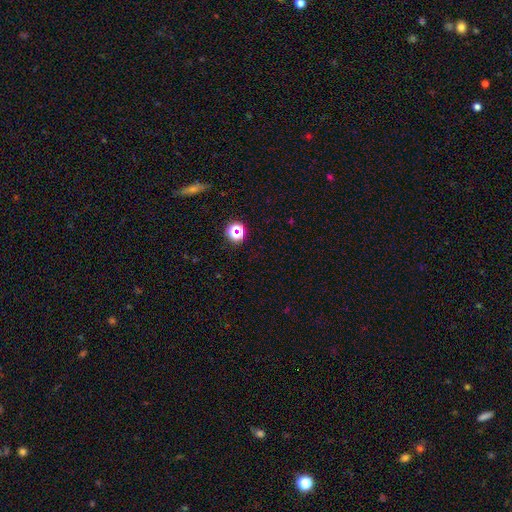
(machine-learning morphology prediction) Smooth or featured? star or artifact (63%)